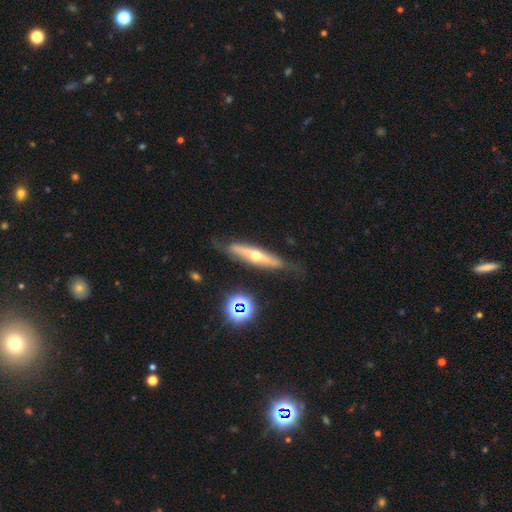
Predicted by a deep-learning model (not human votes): Smooth or featured? Predicted: featured or disk (p=0.66). Edge-on disk? Predicted: yes (p=0.80). Edge-on bulge? Predicted: rounded (p=0.89). Merging? Predicted: none (p=0.71).